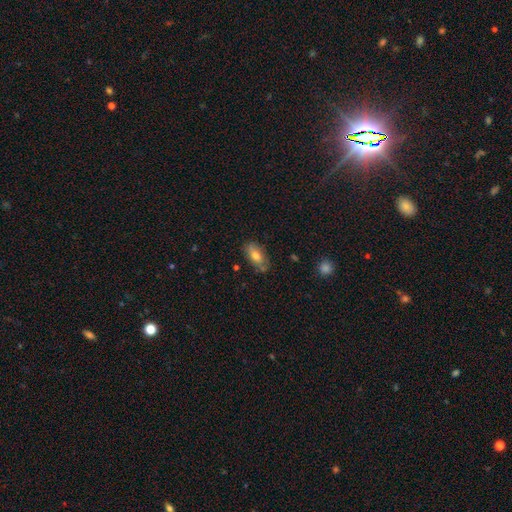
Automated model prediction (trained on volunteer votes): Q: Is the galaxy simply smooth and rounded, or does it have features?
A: smooth — 71%.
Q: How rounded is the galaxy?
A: in between — 87%.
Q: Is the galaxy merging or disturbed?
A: none — 74%.